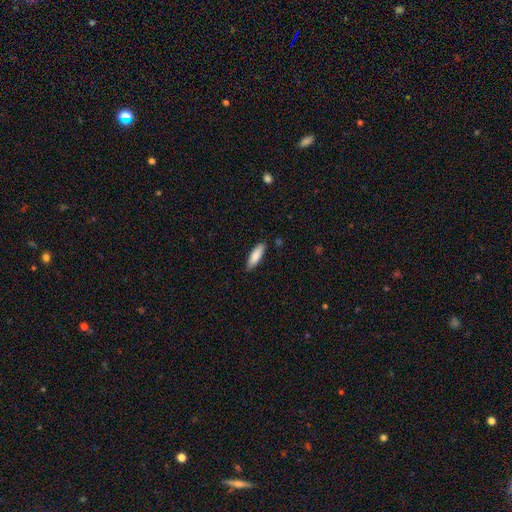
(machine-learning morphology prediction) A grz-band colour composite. It shows a smooth galaxy with no disk features (85%) that is cigar-shaped (49%, tied with in between). Merging: none (85%).